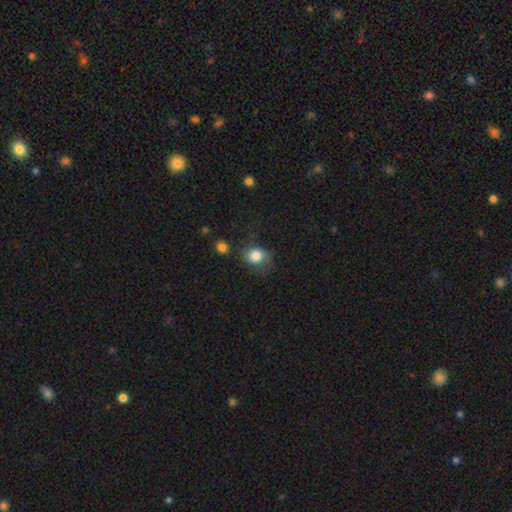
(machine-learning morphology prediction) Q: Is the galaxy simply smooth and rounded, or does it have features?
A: smooth — 81%.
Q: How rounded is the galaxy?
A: round — 56%.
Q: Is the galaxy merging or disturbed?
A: none — 52%.